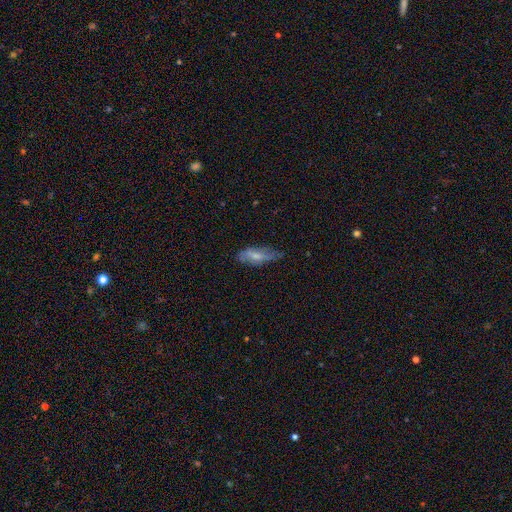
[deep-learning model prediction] smooth 59%, featured or disk 33%, star or artifact 7%. Down the decision tree: how rounded — in between (69%); merging — none (51%).